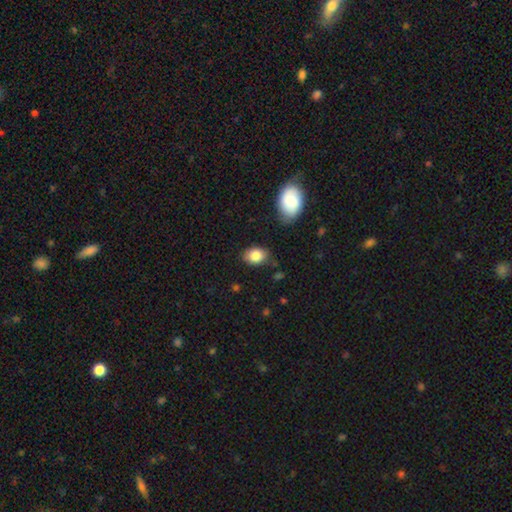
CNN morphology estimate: Q: Smooth or featured?
A: smooth (84%); runner-up: featured or disk (8%)
Q: How rounded?
A: in between (76%); runner-up: round (23%)
Q: Merging?
A: none (76%); runner-up: minor disturbance (18%)